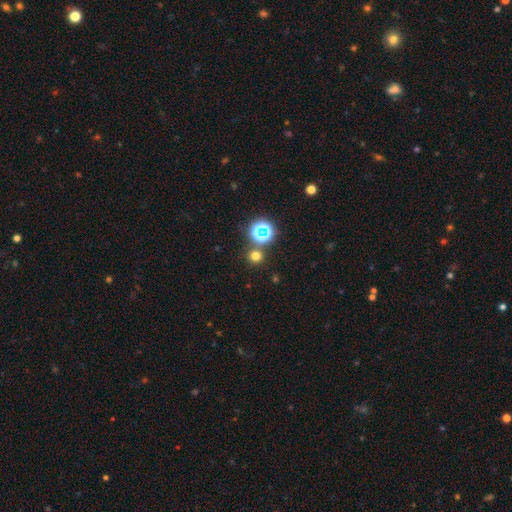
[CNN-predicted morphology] smooth 66%, star or artifact 28%, featured or disk 6%. Down the decision tree: how rounded — round (92%); merging — none (81%).